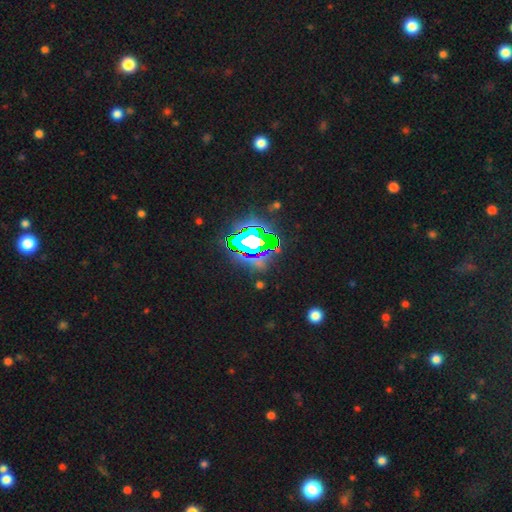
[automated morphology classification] star or artifact 75%, smooth 13%, featured or disk 12%.